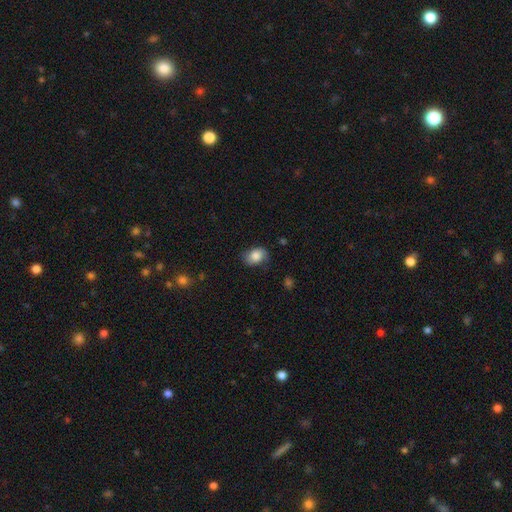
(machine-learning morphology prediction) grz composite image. It shows a smooth galaxy with no disk features (79%) that is in between round and cigar-shaped (73%). Merging: none (68%).